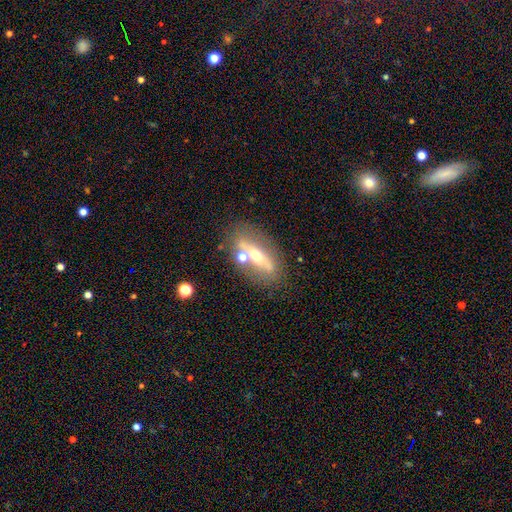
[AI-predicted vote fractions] Q: Smooth or featured?
A: featured or disk (57%); runner-up: smooth (33%)
Q: Edge-on disk?
A: no (56%); runner-up: yes (44%)
Q: Merging?
A: none (68%); runner-up: minor disturbance (14%)